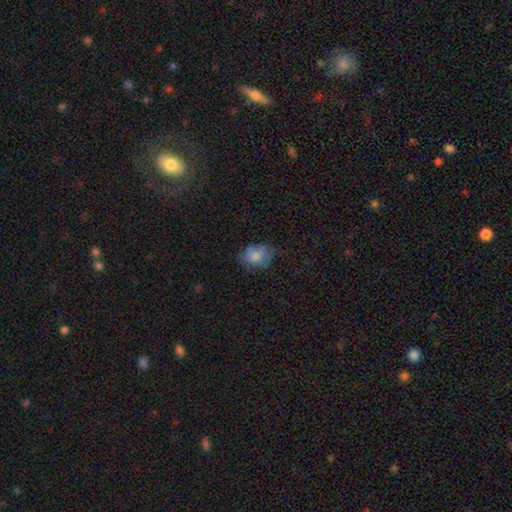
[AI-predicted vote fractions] Overall: smooth (81%). How rounded: in between (58%; round 41%). Merging: none (65%; minor disturbance 25%).